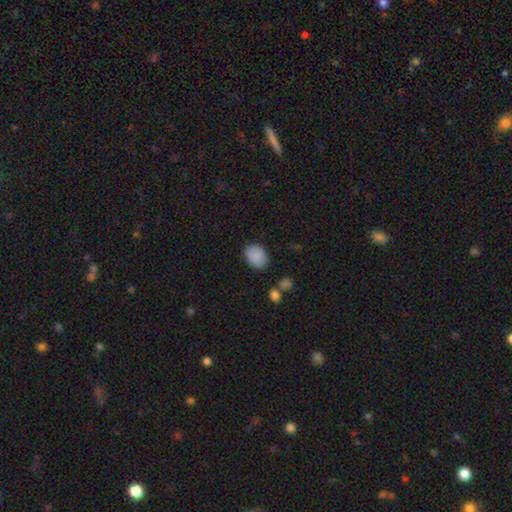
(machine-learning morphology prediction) A smooth galaxy with no disk features (86%) that is in between round and cigar-shaped (71%).

Vote fractions:
- Smooth or featured? smooth: 86% / star or artifact: 8% / featured or disk: 6%
- How rounded? in between: 71% / round: 28% / cigar-shaped: 1%
- Merging? none: 83% / minor disturbance: 12% / major disturbance: 3% / merger: 2%